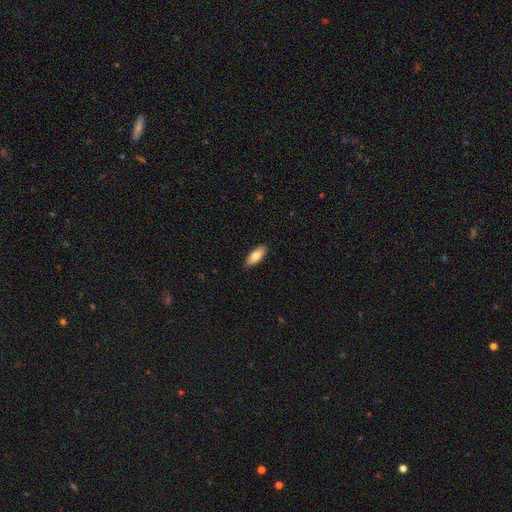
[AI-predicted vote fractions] Smooth or featured? Predicted: smooth (p=0.80). How rounded? Predicted: in between (p=0.77). Merging? Predicted: none (p=0.89).